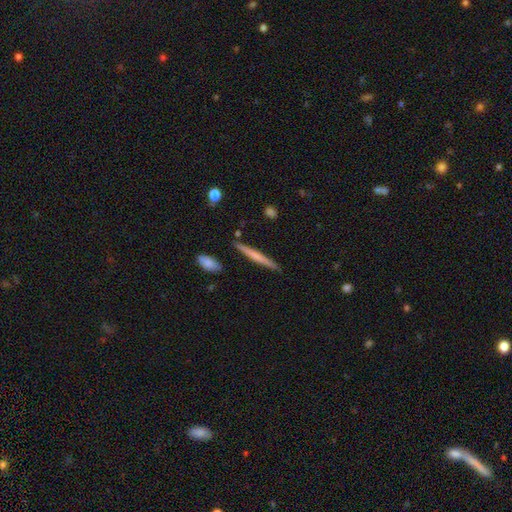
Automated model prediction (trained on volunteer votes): This appears to be a smooth galaxy with no disk features (52%) that is cigar-shaped (95%). Merging: none (89%).